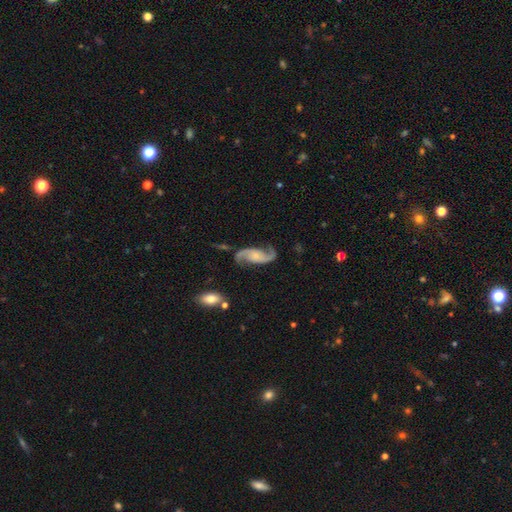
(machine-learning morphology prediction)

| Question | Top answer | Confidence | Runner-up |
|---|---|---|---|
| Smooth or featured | featured or disk | 91% | smooth (5%) |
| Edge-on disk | no | 97% | yes (3%) |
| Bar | no | 60% | weak (29%) |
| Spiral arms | yes | 98% | no (2%) |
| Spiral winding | loose | 59% | medium (34%) |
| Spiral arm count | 2 | 94% | 1 (2%) |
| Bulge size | small | 51% | moderate (25%) |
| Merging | none | 78% | minor disturbance (13%) |